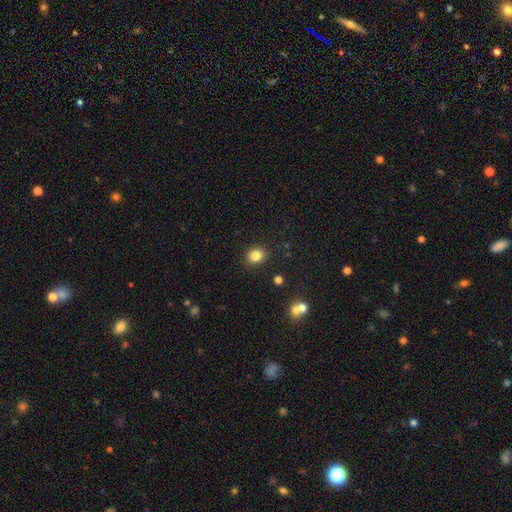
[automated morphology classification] Smooth or featured? Predicted: smooth (p=0.83). How rounded? Predicted: round (p=0.63). Merging? Predicted: none (p=0.89).